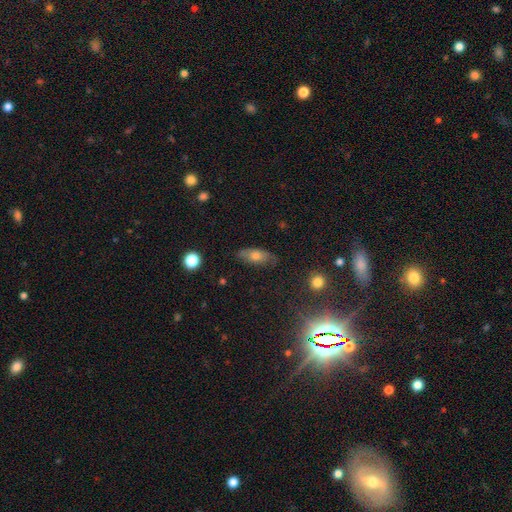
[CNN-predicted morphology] A smooth galaxy with no disk features (57%) that is in between round and cigar-shaped (74%). Merging: none (76%).